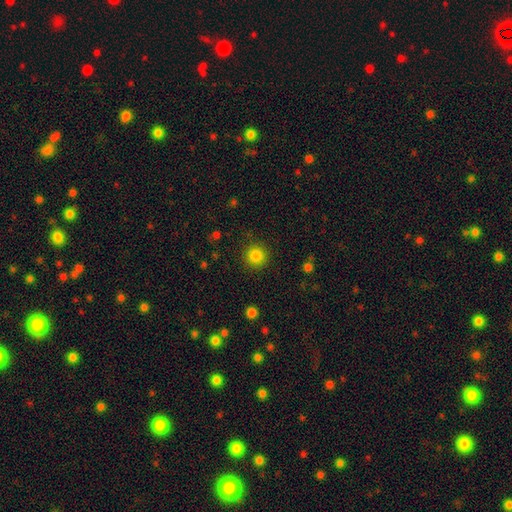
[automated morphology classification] Smooth or featured? Predicted: smooth (p=0.84). How rounded? Predicted: round (p=0.94). Merging? Predicted: none (p=0.90).